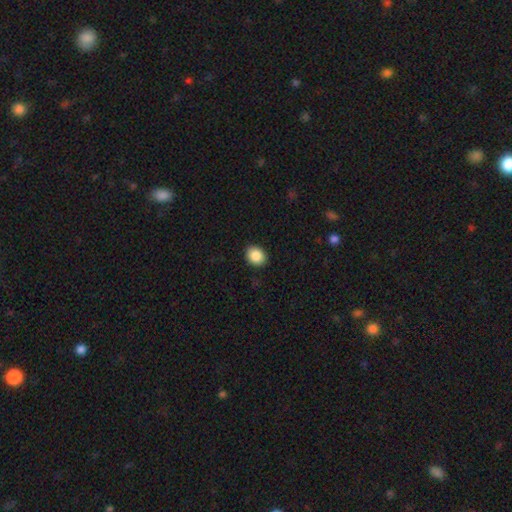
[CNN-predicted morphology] The model was most divided on "how rounded": in between: 52%, round: 47%, cigar-shaped: 1%. More confident: merging — none (91%); smooth or featured — smooth (88%).